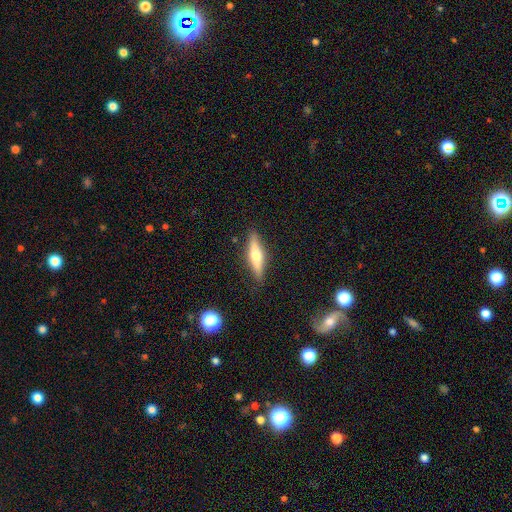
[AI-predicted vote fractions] Q: Smooth or featured?
A: featured or disk (50%); runner-up: smooth (43%)
Q: Edge-on disk?
A: yes (93%); runner-up: no (7%)
Q: Merging?
A: none (87%); runner-up: minor disturbance (10%)